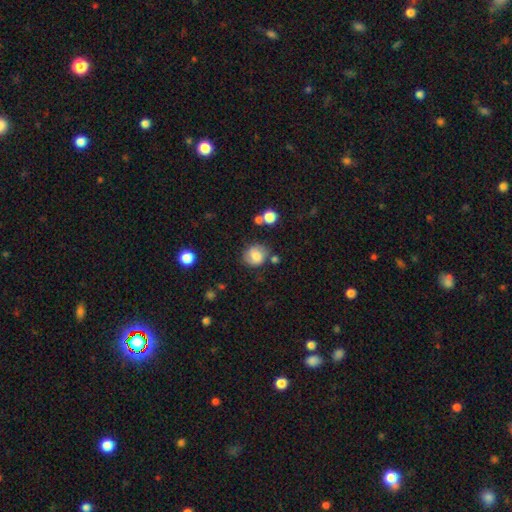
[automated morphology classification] This is likely a smooth galaxy (71%). How rounded: likely round (74%). Merging: likely none (72%).